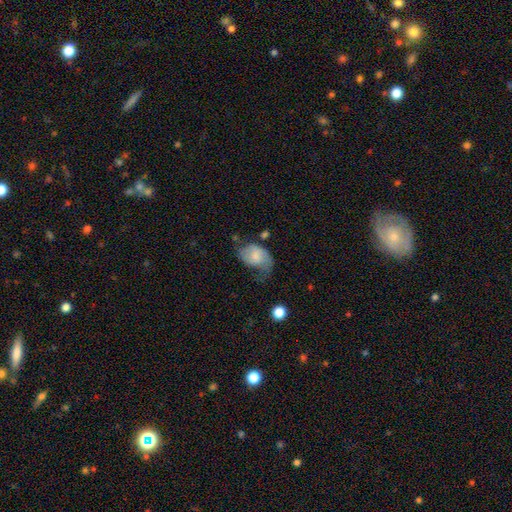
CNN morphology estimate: This is possibly a smooth galaxy (53%). How rounded: likely in between (79%). Merging: marginally major disturbance (34%).